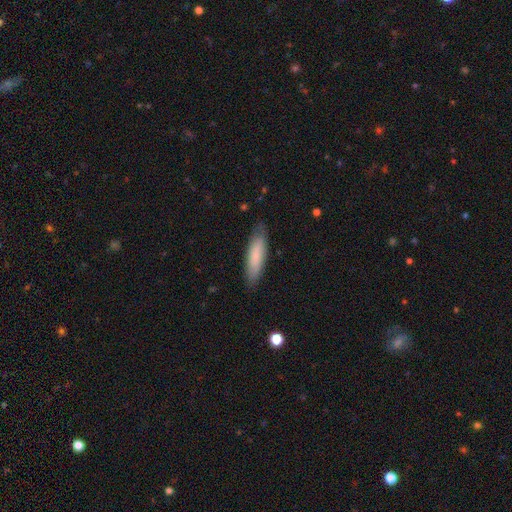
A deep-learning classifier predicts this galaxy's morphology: smooth-or-featured: smooth: 79% | featured or disk: 16% | star or artifact: 6%
  how-rounded: cigar-shaped: 67% | in between: 32% | round: 1%
  merging: none: 83% | minor disturbance: 14% | major disturbance: 3% | merger: 1%